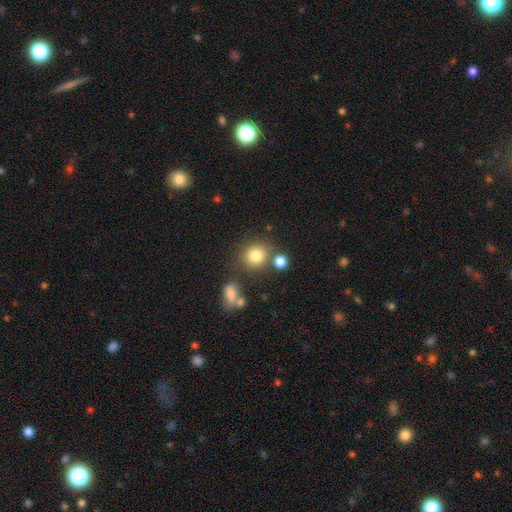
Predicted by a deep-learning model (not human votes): Smooth or featured? smooth (80%)
How rounded? round (83%)
Merging? none (70%)